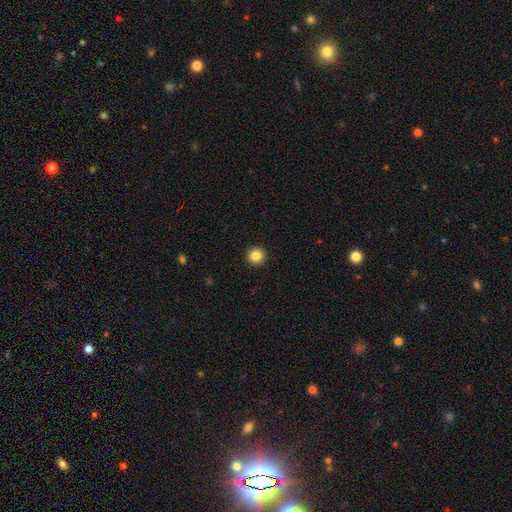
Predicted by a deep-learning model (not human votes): Morphology: type=smooth (85%); roundness=round (93%); merging=none (93%).